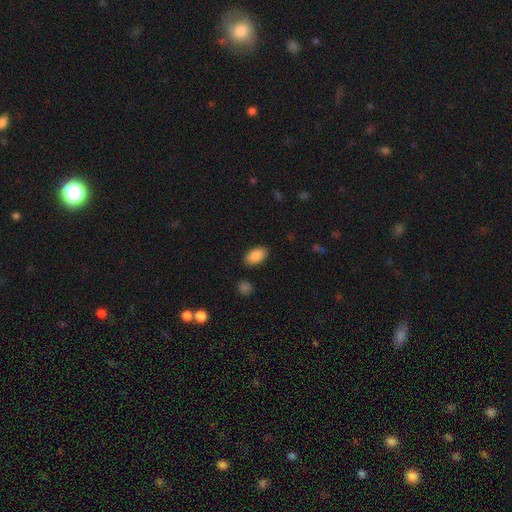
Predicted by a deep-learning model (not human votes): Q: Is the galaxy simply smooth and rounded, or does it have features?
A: smooth — 88%.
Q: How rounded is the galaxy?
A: in between — 94%.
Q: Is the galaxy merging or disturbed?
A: none — 88%.